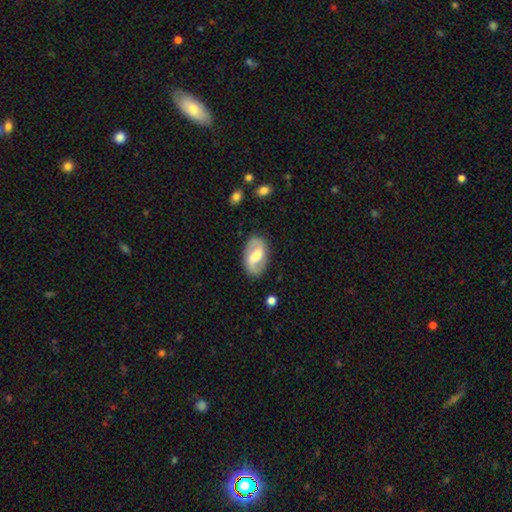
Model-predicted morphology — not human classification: A featured or disk galaxy (75%) with a weak bar (44%), 2 (90%) medium (44%) spiral arms (85%) and a moderate central bulge (50%).

Vote fractions:
- Smooth or featured? featured or disk: 75% / smooth: 20% / star or artifact: 5%
- Edge-on disk? no: 96% / yes: 4%
- Bar? weak: 44% / strong: 40% / no: 16%
- Spiral arms? yes: 85% / no: 15%
- Spiral winding? medium: 44% / loose: 38% / tight: 18%
- Spiral arm count? 2: 90% / can't tell: 5% / 1: 3% / 3: 1% / 4: 1% / more than 4: 1%
- Bulge size? moderate: 50% / large: 26% / small: 16% / none: 6% / dominant: 2%
- Merging? none: 83% / minor disturbance: 12% / major disturbance: 4% / merger: 1%